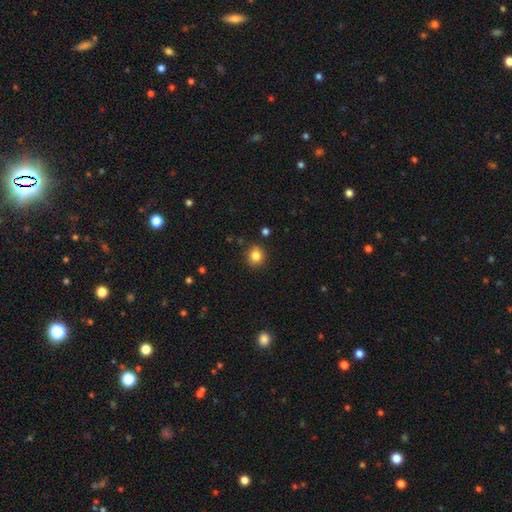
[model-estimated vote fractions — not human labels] This appears to be a smooth galaxy with no disk features (83%) that is round (81%). Merging: none (86%).